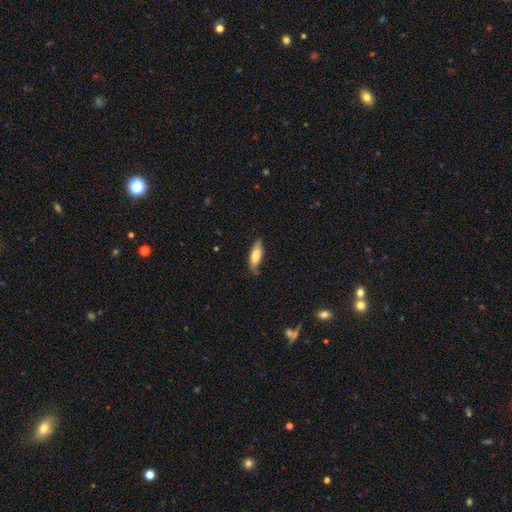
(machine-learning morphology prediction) Overall: smooth (75%). How rounded: in between (65%; cigar-shaped 33%). Merging: none (68%).